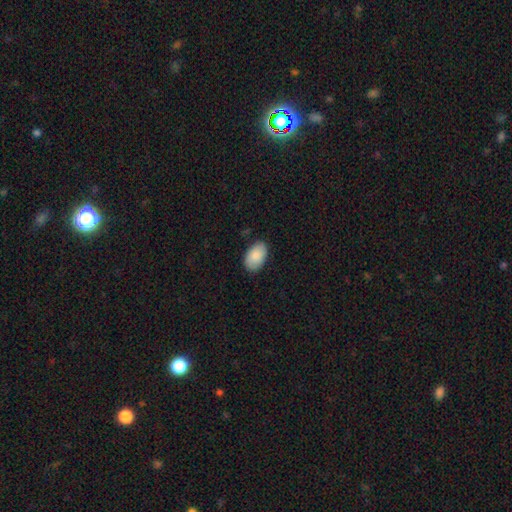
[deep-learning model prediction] Smooth or featured? Predicted: smooth (p=0.87). How rounded? Predicted: in between (p=0.93). Merging? Predicted: none (p=0.84).